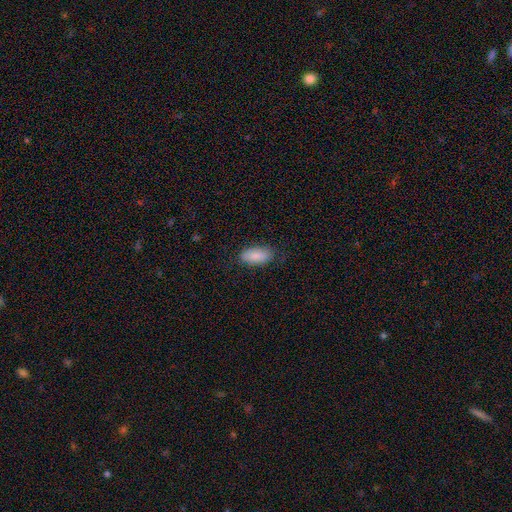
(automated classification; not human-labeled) This is clearly a smooth galaxy (87%). How rounded: clearly in between (91%). Merging: likely none (77%).